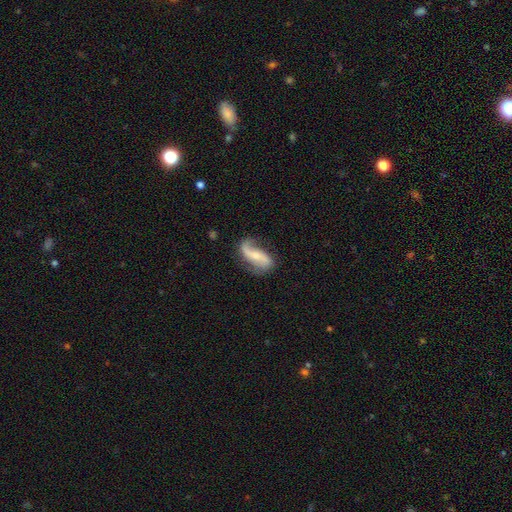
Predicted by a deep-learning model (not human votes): Smooth or featured? Predicted: featured or disk (p=0.79). Edge-on disk? Predicted: no (p=0.95). Bar? Predicted: no (p=0.42). Spiral arms? Predicted: yes (p=0.93). Spiral winding? Predicted: loose (p=0.69). Spiral arm count? Predicted: 2 (p=0.84). Bulge size? Predicted: small (p=0.58). Merging? Predicted: none (p=0.65).